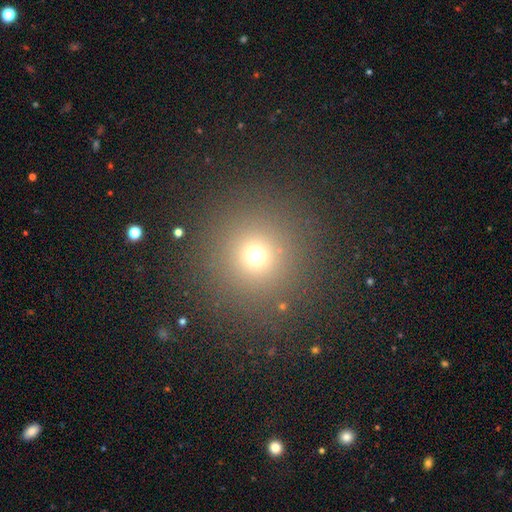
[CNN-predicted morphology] A smooth galaxy with no disk features (68%) that is round (94%).

Vote fractions:
- Smooth or featured? smooth: 68% / star or artifact: 24% / featured or disk: 8%
- How rounded? round: 94% / in between: 5% / cigar-shaped: 1%
- Merging? none: 87% / minor disturbance: 6% / major disturbance: 4% / merger: 2%